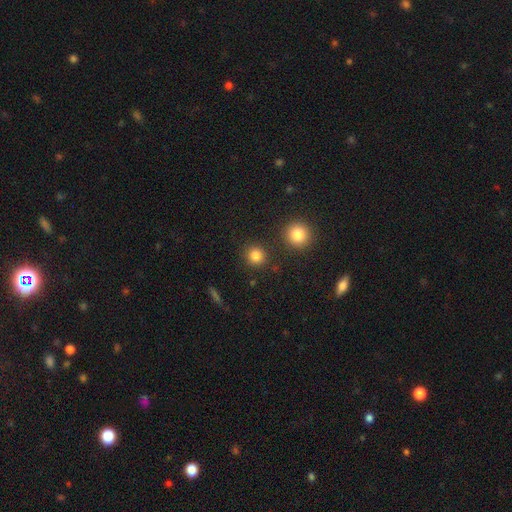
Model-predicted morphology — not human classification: smooth 84%, star or artifact 12%, featured or disk 4%. Down the decision tree: how rounded — round (91%); merging — none (87%).